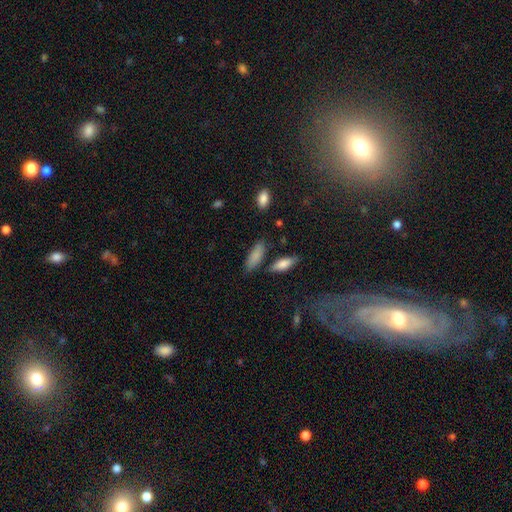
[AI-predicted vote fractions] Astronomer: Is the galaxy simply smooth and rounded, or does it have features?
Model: smooth — 83%.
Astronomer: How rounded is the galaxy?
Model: in between — 62%.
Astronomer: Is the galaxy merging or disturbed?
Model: none — 75%.